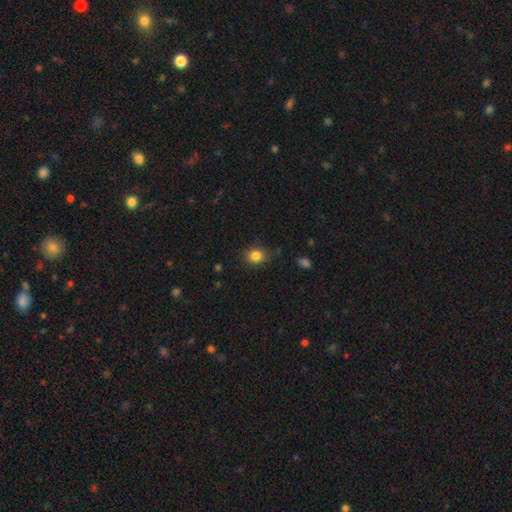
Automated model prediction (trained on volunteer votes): smooth 84%, star or artifact 11%, featured or disk 5%. Down the decision tree: how rounded — round (67%); merging — none (82%).